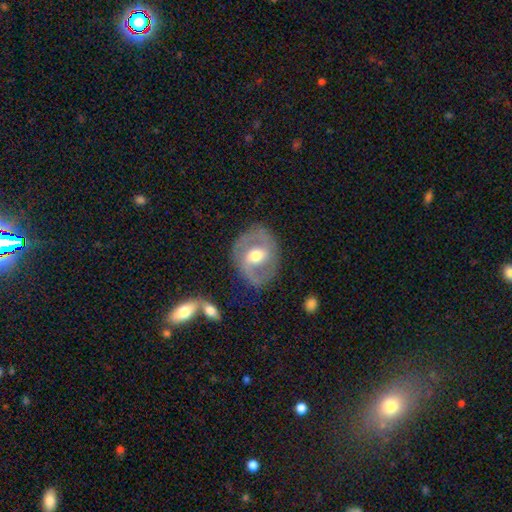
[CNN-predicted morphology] Overall: featured or disk (73%). Edge-on disk: no (96%). Bar: weak (47%; strong 29%). Spiral arms: yes (73%). Spiral arm count: 2 (85%). Spiral winding: medium (49%; loose 27%). Bulge size: moderate (73%). Merging: none (78%).